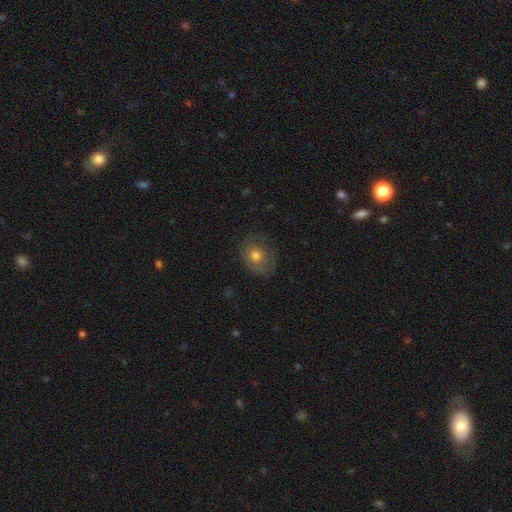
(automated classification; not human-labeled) A smooth galaxy with no disk features (66%) that is round (64%). Merging: none (71%).